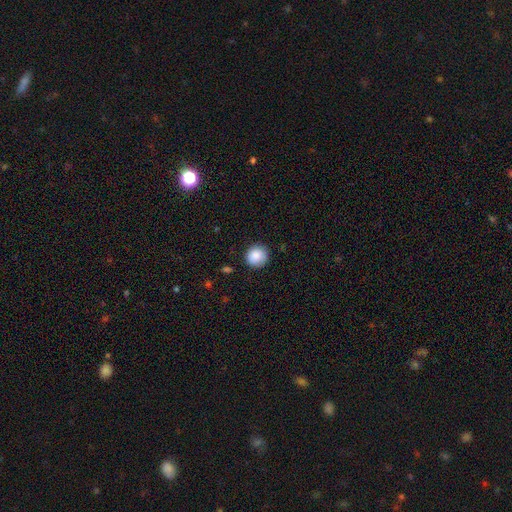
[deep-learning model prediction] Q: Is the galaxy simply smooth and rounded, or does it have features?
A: smooth — 88%.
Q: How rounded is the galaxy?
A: round — 92%.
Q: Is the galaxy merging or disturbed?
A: none — 87%.